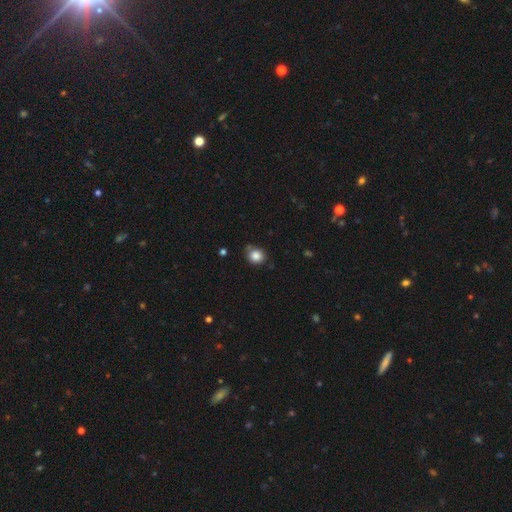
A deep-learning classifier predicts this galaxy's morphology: smooth_or_featured: smooth (p=0.85) [alt: star or artifact p=0.10]
how_rounded: round (p=0.80) [alt: in between p=0.19]
merging: none (p=0.75) [alt: minor disturbance p=0.18]